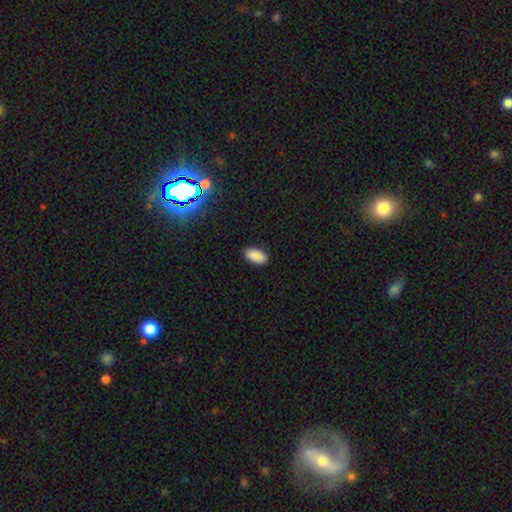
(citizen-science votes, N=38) smooth_or_featured: smooth (p=0.87) [alt: star or artifact p=0.08]
how_rounded: in between (p=0.91) [alt: cigar-shaped p=0.06]
merging: none (p=0.89) [alt: major disturbance p=0.06]